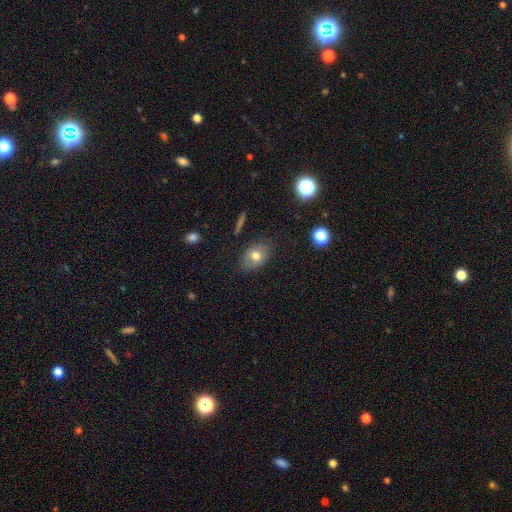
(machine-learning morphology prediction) Q: Smooth or featured?
A: smooth (70%); runner-up: featured or disk (20%)
Q: How rounded?
A: in between (75%); runner-up: round (24%)
Q: Merging?
A: none (80%); runner-up: minor disturbance (15%)